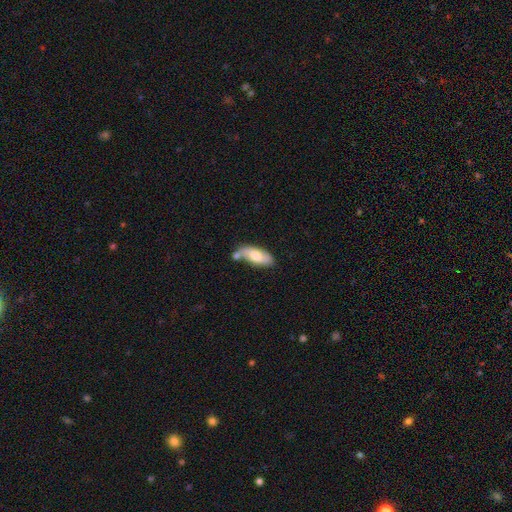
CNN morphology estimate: smooth-or-featured: smooth: 61% | featured or disk: 33% | star or artifact: 6%
  how-rounded: in between: 81% | cigar-shaped: 16% | round: 3%
  merging: none: 52% | merger: 22% | minor disturbance: 20% | major disturbance: 6%